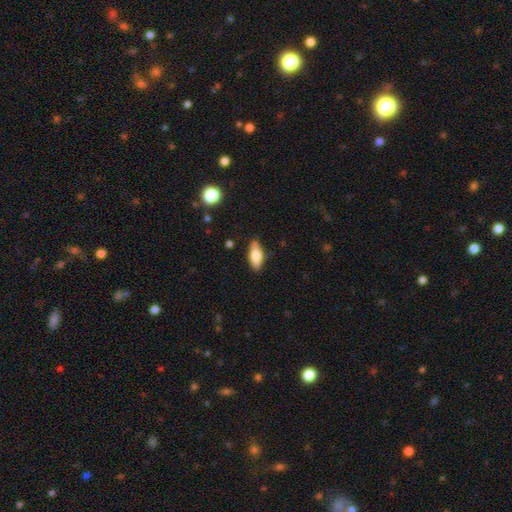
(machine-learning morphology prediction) This is likely a smooth galaxy (72%). How rounded: likely in between (76%). Merging: clearly none (81%).